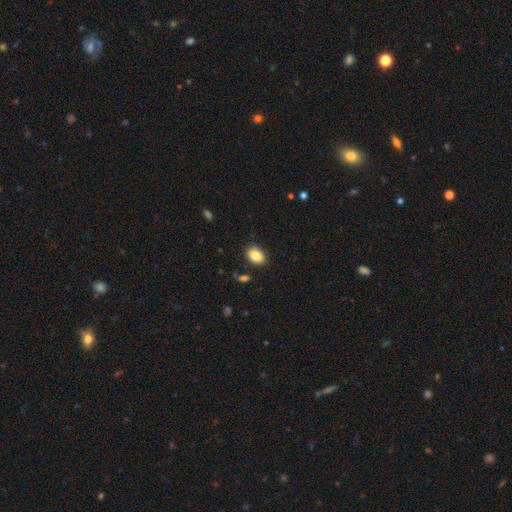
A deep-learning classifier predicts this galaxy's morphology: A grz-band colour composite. It shows a smooth galaxy with no disk features (84%) that is in between round and cigar-shaped (77%). Merging: none (85%).